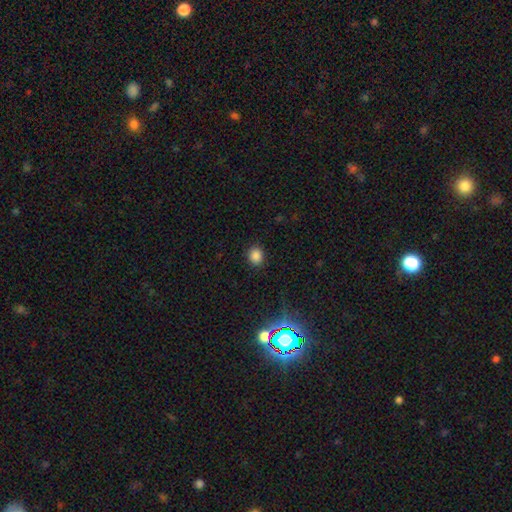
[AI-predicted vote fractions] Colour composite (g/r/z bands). It shows a smooth galaxy with no disk features (84%) that is round (71%). Merging: none (89%).